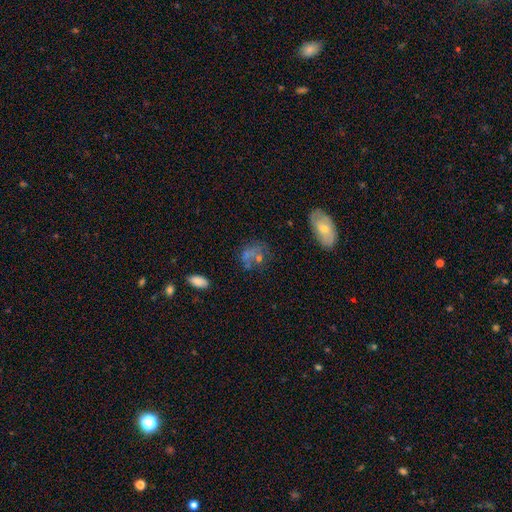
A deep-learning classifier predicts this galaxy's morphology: Smooth or featured: smooth — 52% (featured or disk — 29%)
How rounded: in between — 54% (round — 43%)
Merging: none — 45% (minor disturbance — 20%)